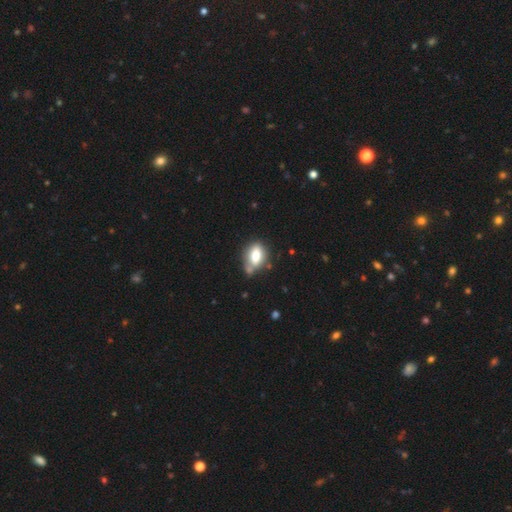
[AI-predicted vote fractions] Morphology: type=smooth (73%); roundness=in between (80%); merging=none (54%).